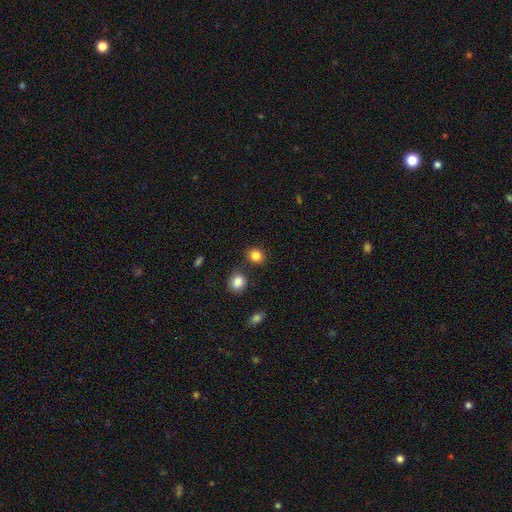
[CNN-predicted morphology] smooth 84%, star or artifact 11%, featured or disk 5%. Down the decision tree: how rounded — round (81%); merging — none (83%).